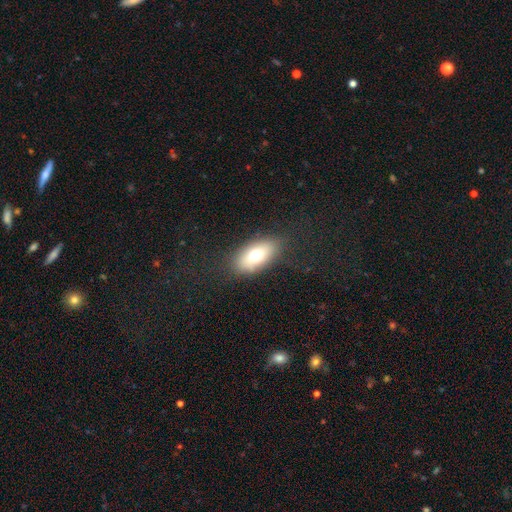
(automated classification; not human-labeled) Overall: smooth (70%). How rounded: in between (88%). Merging: none (81%).